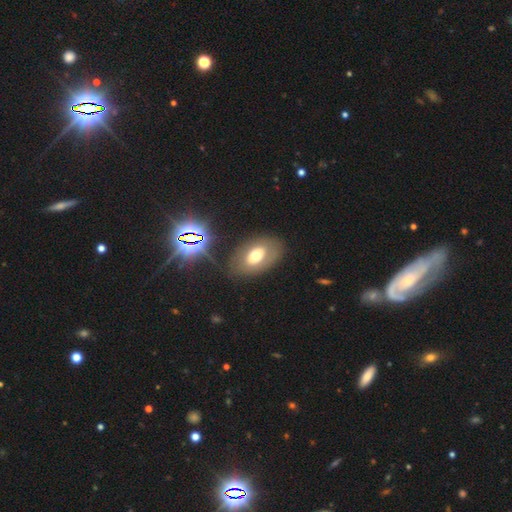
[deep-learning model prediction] Q: Smooth or featured?
A: smooth (52%); runner-up: featured or disk (34%)
Q: How rounded?
A: in between (87%); runner-up: round (12%)
Q: Merging?
A: none (78%); runner-up: minor disturbance (13%)